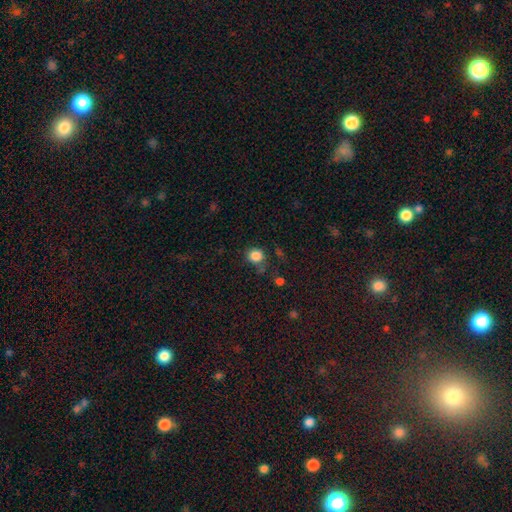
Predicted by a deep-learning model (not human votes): A smooth galaxy with no disk features (84%) that is round (85%).

Vote fractions:
- Smooth or featured? smooth: 84% / star or artifact: 11% / featured or disk: 4%
- How rounded? round: 85% / in between: 14% / cigar-shaped: 1%
- Merging? none: 70% / minor disturbance: 17% / major disturbance: 6% / merger: 6%